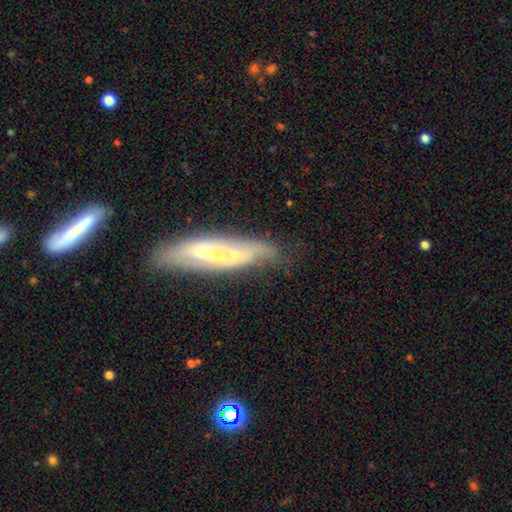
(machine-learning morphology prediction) Smooth or featured? featured or disk (54%)
Edge-on disk? no (61%)
Merging? none (51%)